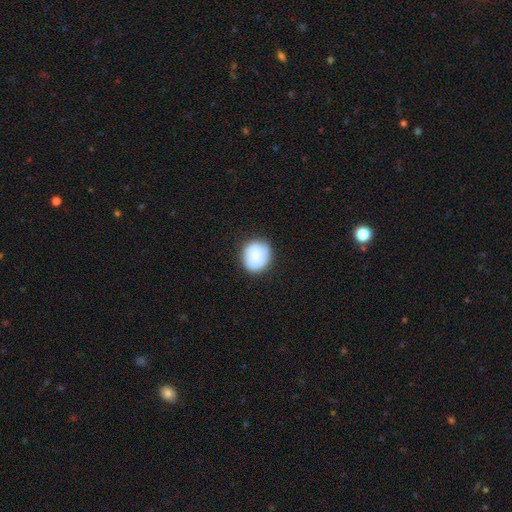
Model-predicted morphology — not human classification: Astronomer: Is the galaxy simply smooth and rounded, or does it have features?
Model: smooth — 80%.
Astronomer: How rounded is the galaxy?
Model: round — 81%.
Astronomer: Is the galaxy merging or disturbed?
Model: none — 81%.